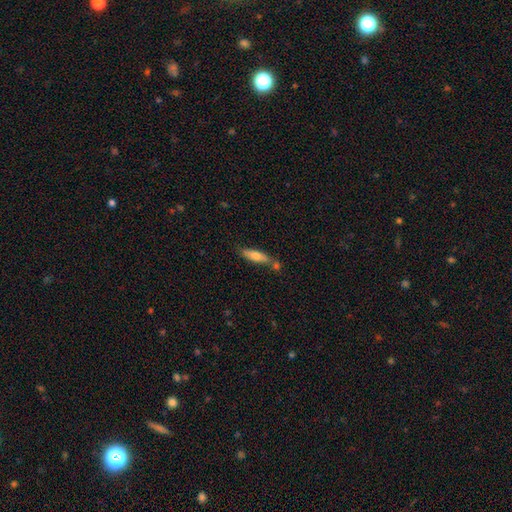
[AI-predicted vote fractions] Overall: smooth (68%). How rounded: cigar-shaped (60%; in between 38%). Merging: none (60%).